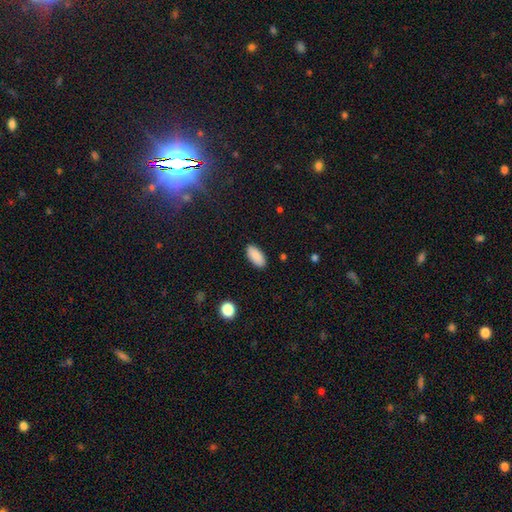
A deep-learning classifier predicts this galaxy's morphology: This appears to be a smooth galaxy with no disk features (89%) that is in between round and cigar-shaped (90%). Merging: none (89%).